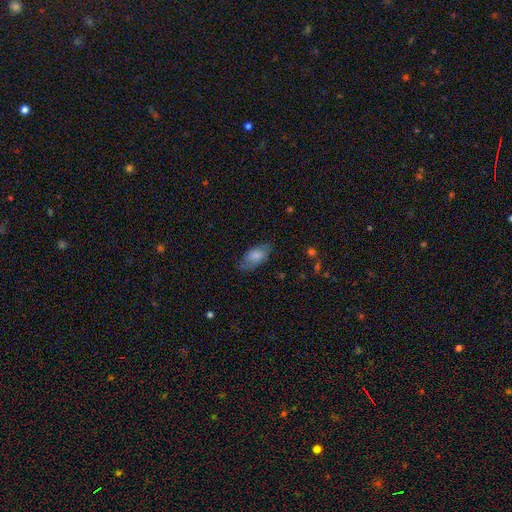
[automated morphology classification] smooth 77%, featured or disk 16%, star or artifact 7%. Down the decision tree: how rounded — in between (91%); merging — none (70%).